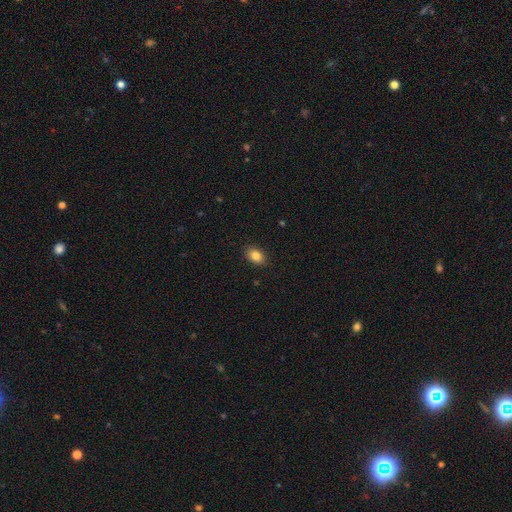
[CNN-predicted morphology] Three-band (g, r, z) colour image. It shows a smooth galaxy with no disk features (84%) that is in between round and cigar-shaped (80%). Merging: none (89%).